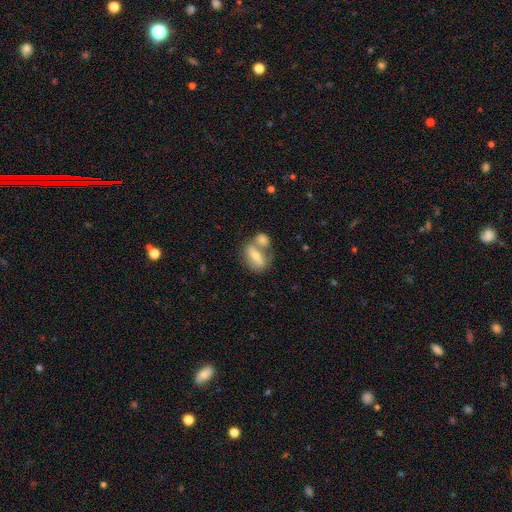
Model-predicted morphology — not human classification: type=smooth (52%); roundness=in between (73%); merging=merger (49%).